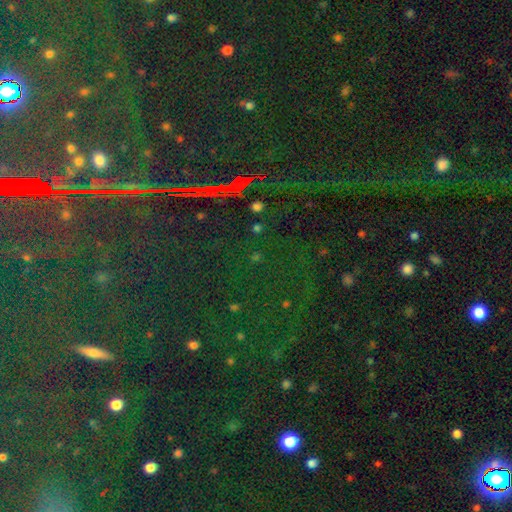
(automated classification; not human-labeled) This appears to be a star or artifact, not a galaxy (80%).